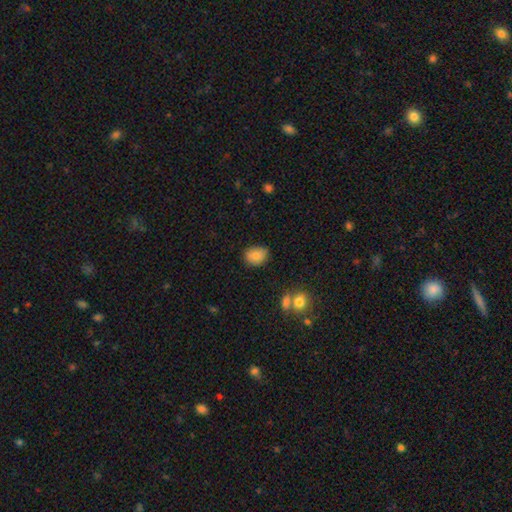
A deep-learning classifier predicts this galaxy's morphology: Smooth or featured? Predicted: smooth (p=0.84). How rounded? Predicted: in between (p=0.58). Merging? Predicted: none (p=0.74).